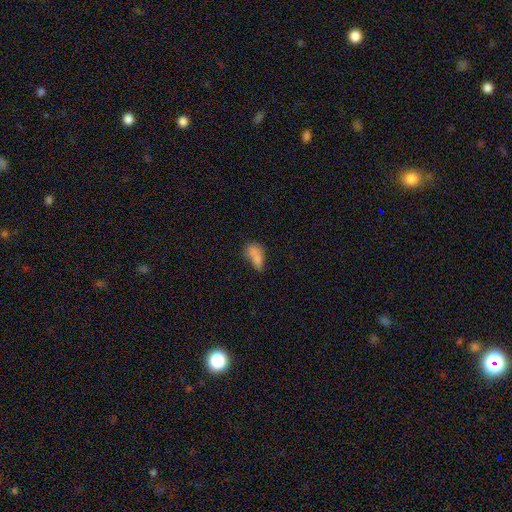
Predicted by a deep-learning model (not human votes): Smooth or featured: smooth — 76% (featured or disk — 13%)
How rounded: in between — 85% (cigar-shaped — 9%)
Merging: none — 35% (minor disturbance — 29%)